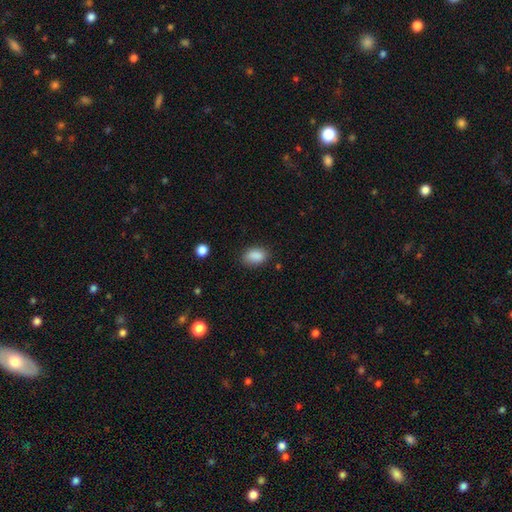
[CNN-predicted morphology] Smooth or featured?
  - smooth: 88% *
  - star or artifact: 9%
  - featured or disk: 4%
How rounded?
  - in between: 85% *
  - round: 13%
  - cigar-shaped: 1%
Merging?
  - none: 79% *
  - minor disturbance: 16%
  - major disturbance: 3%
  - merger: 2%